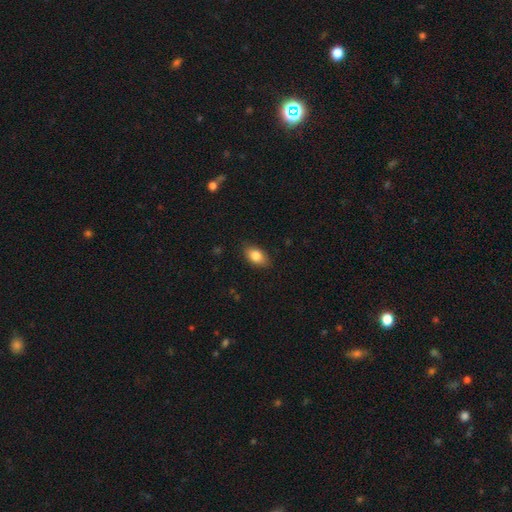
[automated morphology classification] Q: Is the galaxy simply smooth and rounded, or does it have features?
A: smooth — 83%.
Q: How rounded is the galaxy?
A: in between — 89%.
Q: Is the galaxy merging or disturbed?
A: none — 85%.